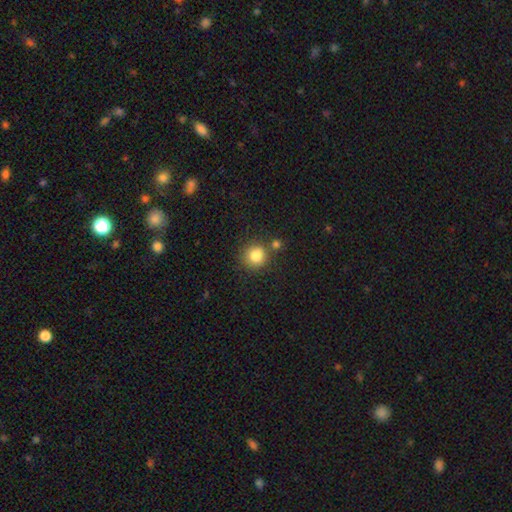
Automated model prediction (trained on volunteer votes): A smooth galaxy with no disk features (83%) that is round (89%).

Vote fractions:
- Smooth or featured? smooth: 83% / star or artifact: 11% / featured or disk: 6%
- How rounded? round: 89% / in between: 10% / cigar-shaped: 1%
- Merging? none: 71% / merger: 14% / minor disturbance: 11% / major disturbance: 3%